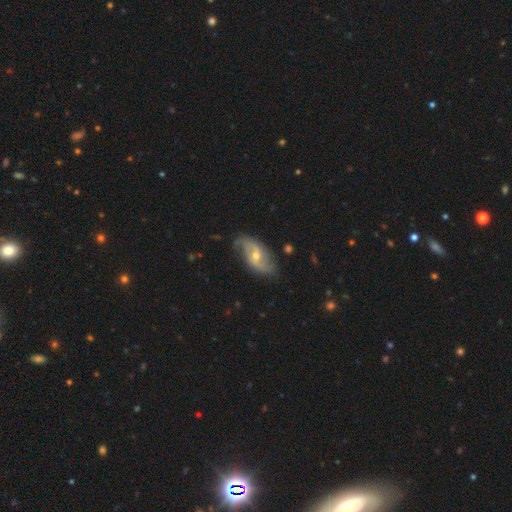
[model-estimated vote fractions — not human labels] This is clearly a featured or disk galaxy (84%). It is clearly not viewed edge-on (95%). Bar: possibly weak (46%). Spiral arm pattern: clearly yes (94%). Spiral arm count: clearly 2 (88%). Spiral winding: likely loose (60%). Central bulge: possibly small (51%). Merging: likely none (74%).